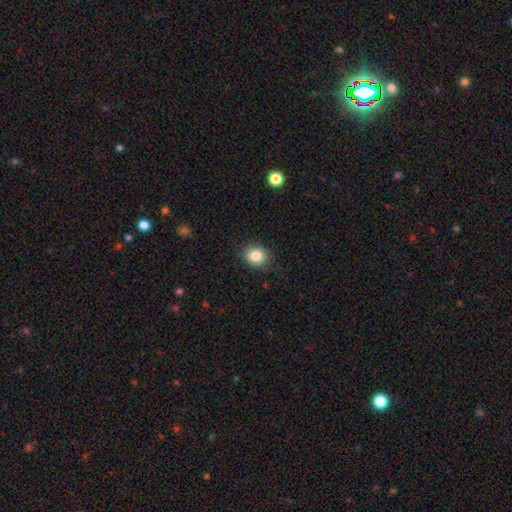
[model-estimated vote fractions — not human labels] Smooth or featured? Predicted: smooth (p=0.85). How rounded? Predicted: round (p=0.71). Merging? Predicted: none (p=0.86).